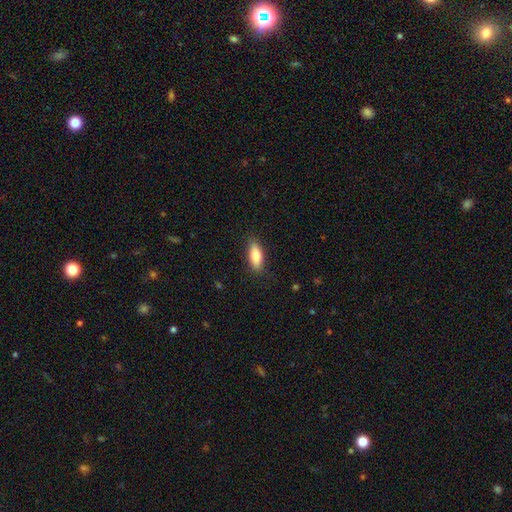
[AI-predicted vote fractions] Q: Smooth or featured?
A: smooth (80%); runner-up: featured or disk (14%)
Q: How rounded?
A: in between (76%); runner-up: cigar-shaped (21%)
Q: Merging?
A: none (87%); runner-up: minor disturbance (10%)